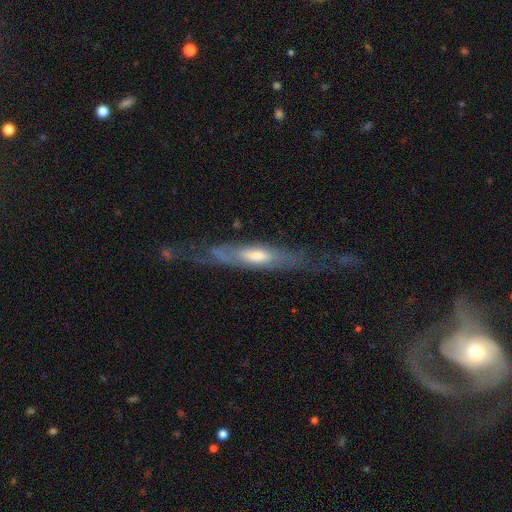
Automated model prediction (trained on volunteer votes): smooth-or-featured: featured or disk: 72% | smooth: 22% | star or artifact: 6%
  disk-edge-on: yes: 62% | no: 38%
  merging: none: 63% | minor disturbance: 21% | major disturbance: 13% | merger: 2%